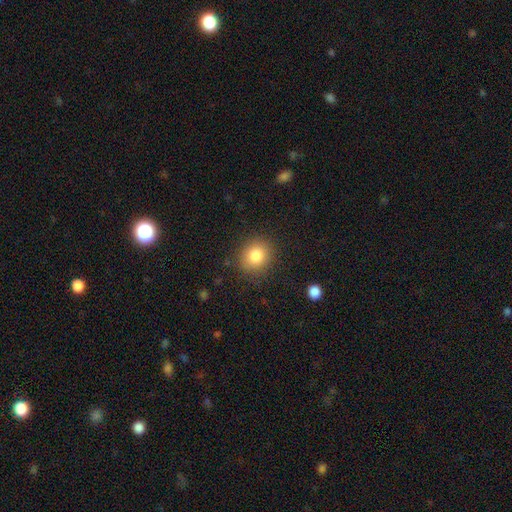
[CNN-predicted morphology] smooth_or_featured: smooth (p=0.83) [alt: star or artifact p=0.10]
how_rounded: round (p=0.80) [alt: in between p=0.20]
merging: none (p=0.87) [alt: minor disturbance p=0.09]